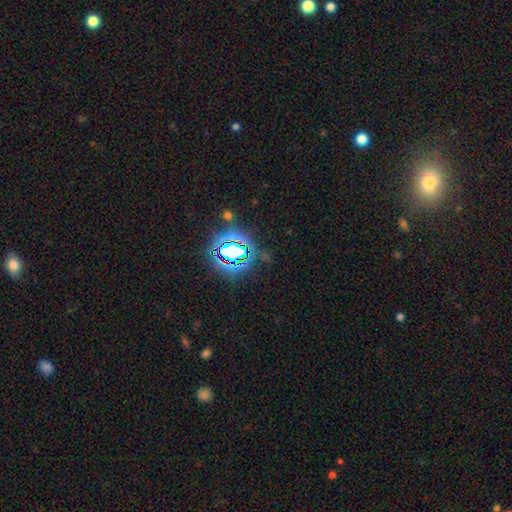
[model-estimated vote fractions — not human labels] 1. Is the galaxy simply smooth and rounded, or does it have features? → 78% star or artifact, 14% smooth, 9% featured or disk.